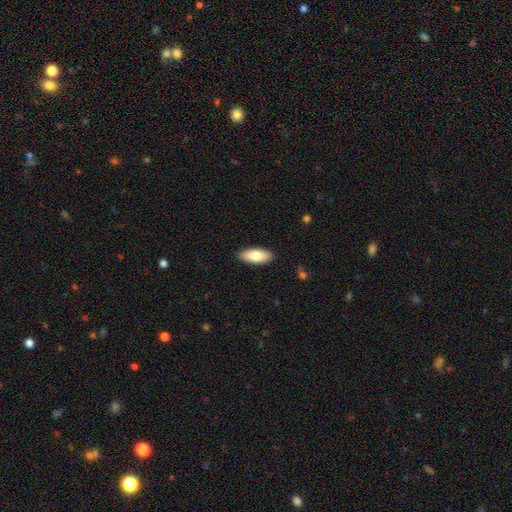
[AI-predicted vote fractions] Smooth or featured? Predicted: smooth (p=0.78). How rounded? Predicted: in between (p=0.80). Merging? Predicted: none (p=0.89).